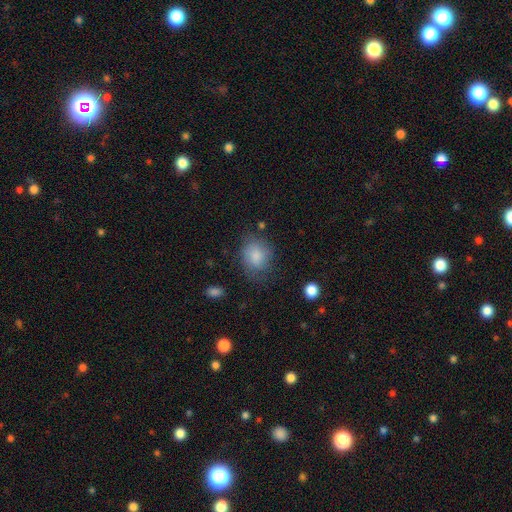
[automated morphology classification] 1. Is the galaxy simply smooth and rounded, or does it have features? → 78% smooth, 13% featured or disk, 8% star or artifact.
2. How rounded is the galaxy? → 56% round, 43% in between, 1% cigar-shaped.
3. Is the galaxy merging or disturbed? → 62% none, 25% minor disturbance, 11% major disturbance, 2% merger.